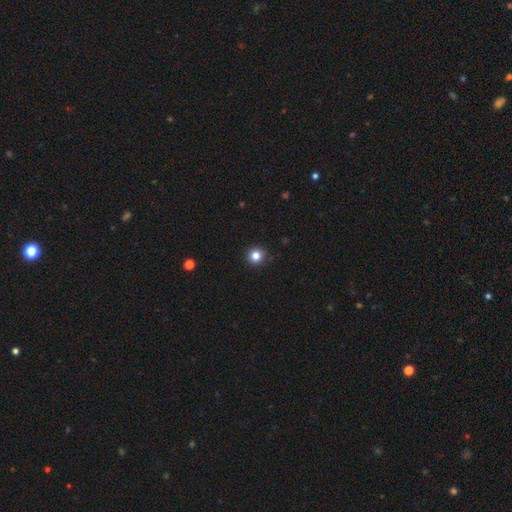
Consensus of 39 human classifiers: Smooth or featured?
  - smooth: 87% *
  - star or artifact: 8%
  - featured or disk: 5%
How rounded?
  - round: 94% *
  - in between: 6%
  - cigar-shaped: 0%
Merging?
  - none: 86% *
  - minor disturbance: 11%
  - major disturbance: 3%
  - merger: 0%